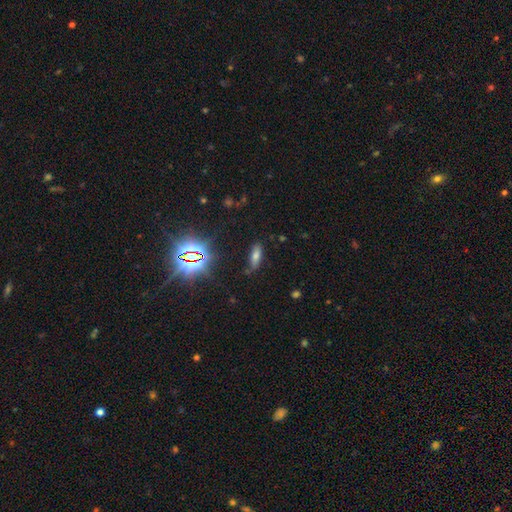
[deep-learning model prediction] The model was most divided on "how rounded": in between: 56%, cigar-shaped: 40%, round: 4%. More confident: merging — none (69%); smooth or featured — smooth (59%).